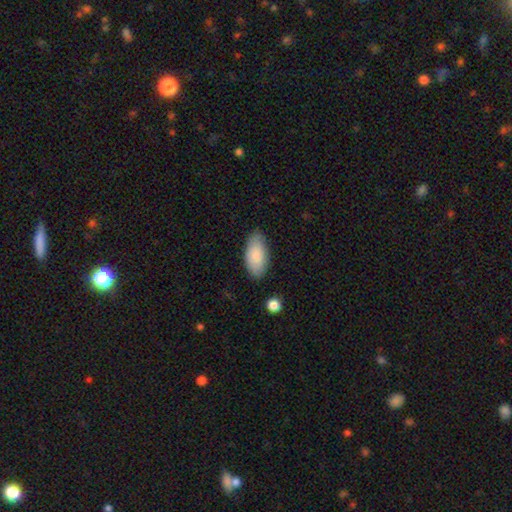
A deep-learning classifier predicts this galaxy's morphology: The model was most divided on "merging": none: 82%, minor disturbance: 14%, major disturbance: 3%, merger: 2%. More confident: how rounded — in between (94%); smooth or featured — smooth (85%).